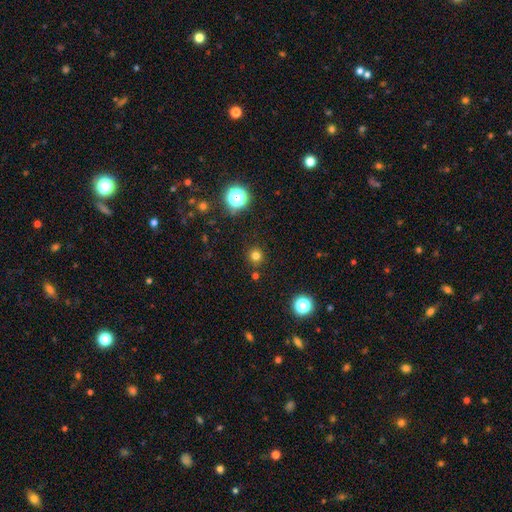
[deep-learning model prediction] This is likely a smooth galaxy (75%). How rounded: clearly round (94%). Merging: clearly none (88%).